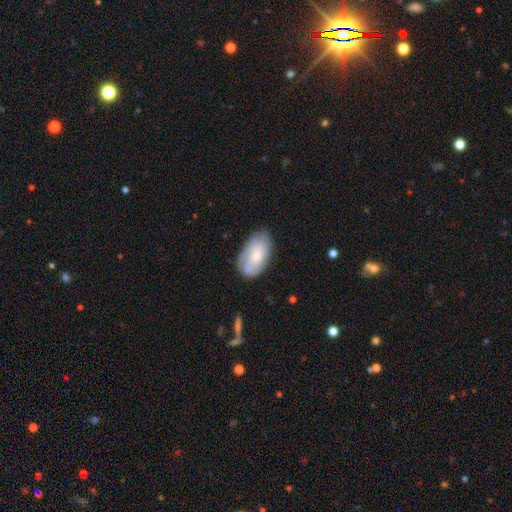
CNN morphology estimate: A smooth galaxy with no disk features (54%) that is in between round and cigar-shaped (93%). Merging: none (71%).